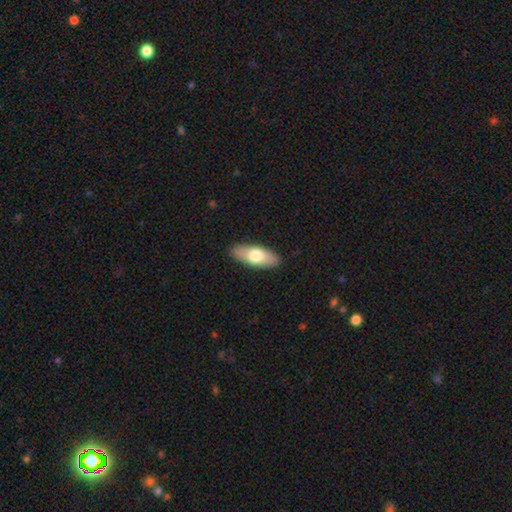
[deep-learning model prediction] This is likely a smooth galaxy (68%). How rounded: likely in between (79%). Merging: clearly none (88%).